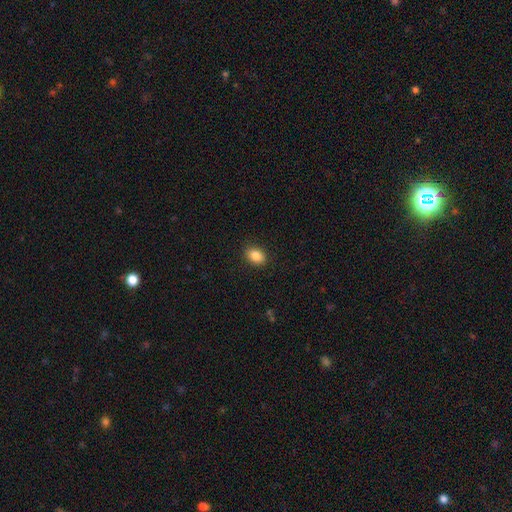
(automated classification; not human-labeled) This appears to be a smooth galaxy with no disk features (86%) that is in between round and cigar-shaped (69%). Merging: none (89%).